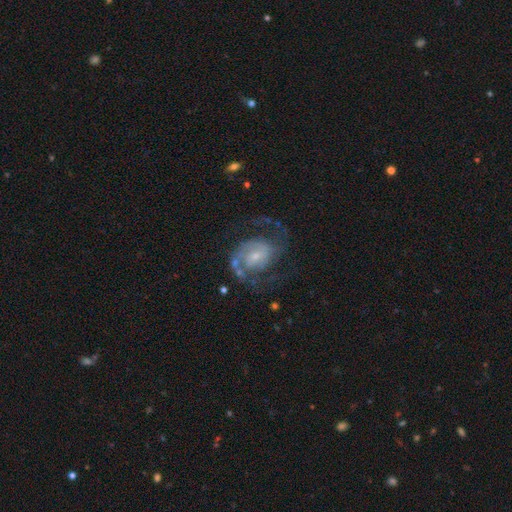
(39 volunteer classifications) This appears to be a featured or disk galaxy (92%) with no bar (69%), 2 (97%) medium (74%) spiral arms (100%) and a small central bulge (66%). Merging: none (78%).